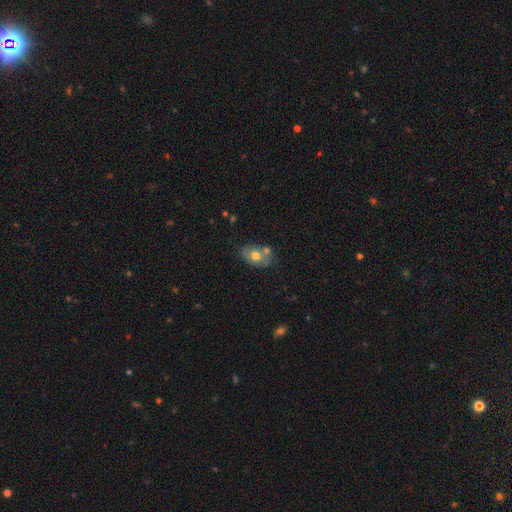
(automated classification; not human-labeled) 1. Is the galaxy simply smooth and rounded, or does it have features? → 65% smooth, 27% featured or disk, 8% star or artifact.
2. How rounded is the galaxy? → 82% in between, 17% round, 1% cigar-shaped.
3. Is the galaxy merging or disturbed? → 58% none, 20% merger, 18% minor disturbance, 5% major disturbance.